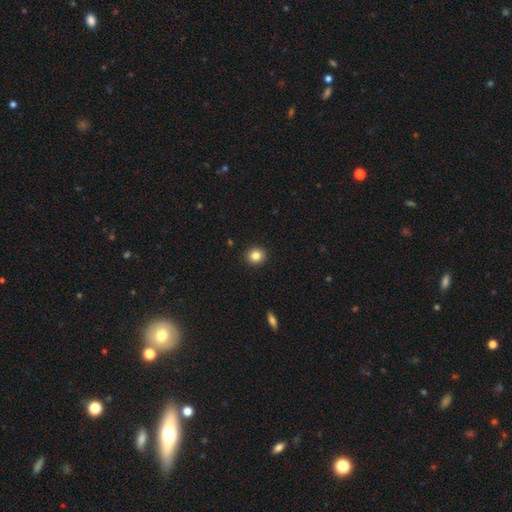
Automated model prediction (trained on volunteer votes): Smooth or featured?
  - smooth: 84% *
  - star or artifact: 11%
  - featured or disk: 6%
How rounded?
  - round: 87% *
  - in between: 12%
  - cigar-shaped: 1%
Merging?
  - none: 93% *
  - minor disturbance: 5%
  - major disturbance: 2%
  - merger: 1%